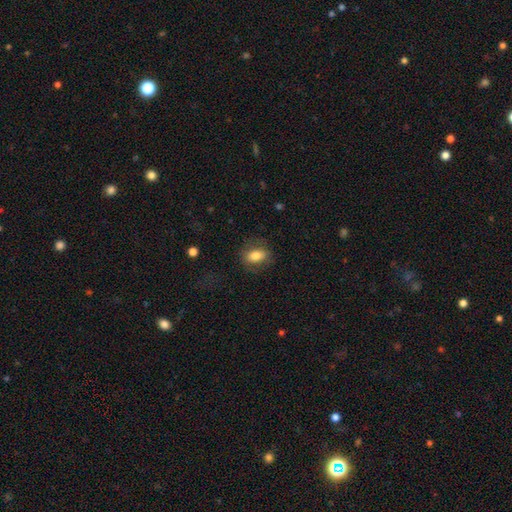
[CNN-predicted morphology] Overall: smooth (79%). How rounded: in between (81%). Merging: none (76%).